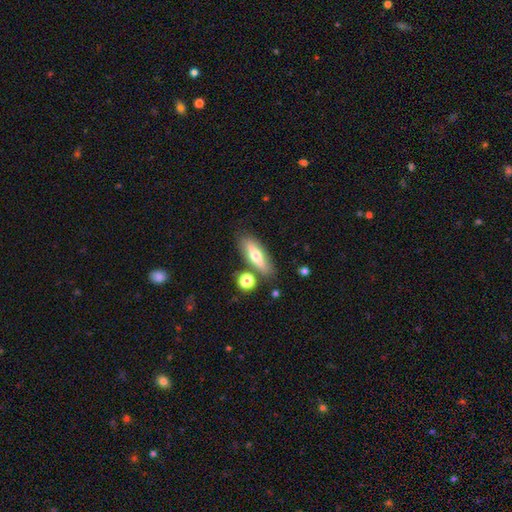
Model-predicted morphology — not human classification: Smooth or featured? smooth (54%)
How rounded? cigar-shaped (48%, tied with in between)
Merging? none (76%)